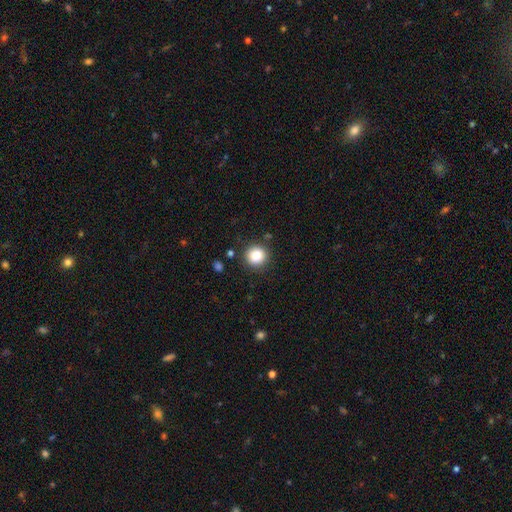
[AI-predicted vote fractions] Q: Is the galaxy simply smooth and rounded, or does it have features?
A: smooth — 85%.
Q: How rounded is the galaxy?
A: round — 91%.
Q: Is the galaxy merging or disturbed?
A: none — 87%.